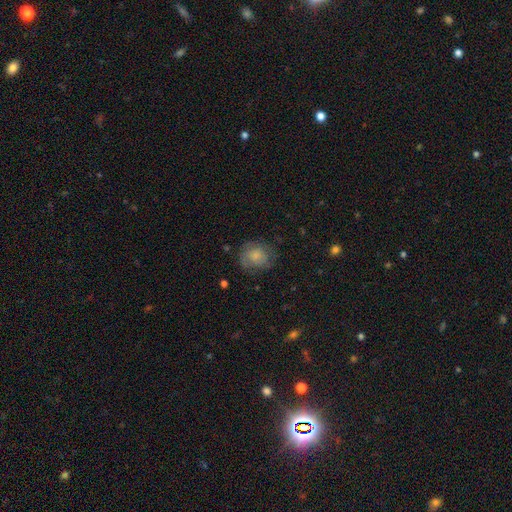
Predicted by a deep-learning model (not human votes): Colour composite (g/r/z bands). It shows a smooth galaxy with no disk features (67%) that is round (75%). Merging: none (64%).